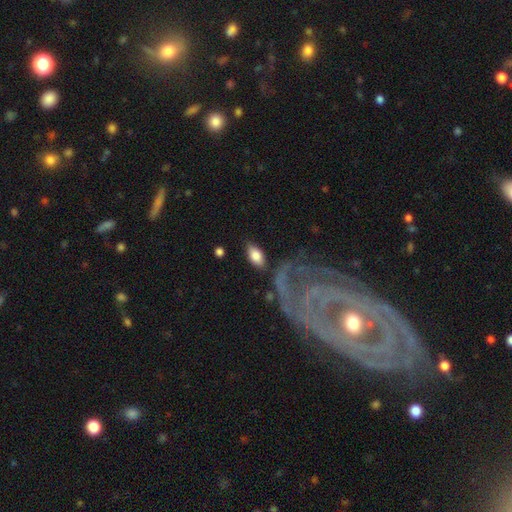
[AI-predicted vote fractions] Smooth or featured?
  - smooth: 77% *
  - featured or disk: 17%
  - star or artifact: 7%
How rounded?
  - in between: 91% *
  - cigar-shaped: 5%
  - round: 4%
Merging?
  - none: 74% *
  - minor disturbance: 15%
  - major disturbance: 6%
  - merger: 5%